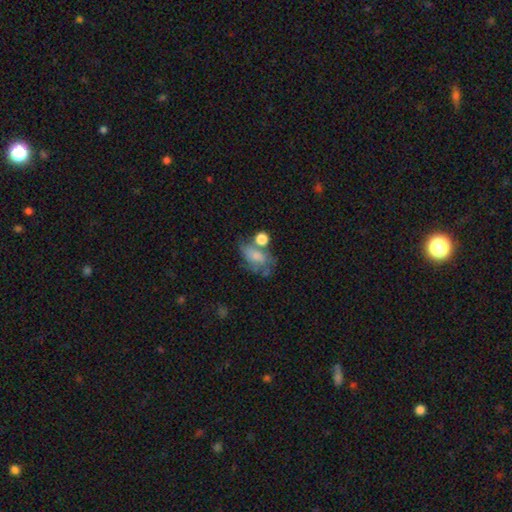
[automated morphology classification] Overall: smooth (59%; featured or disk 31%). How rounded: in between (79%). Merging: merger (30%; none 29%).